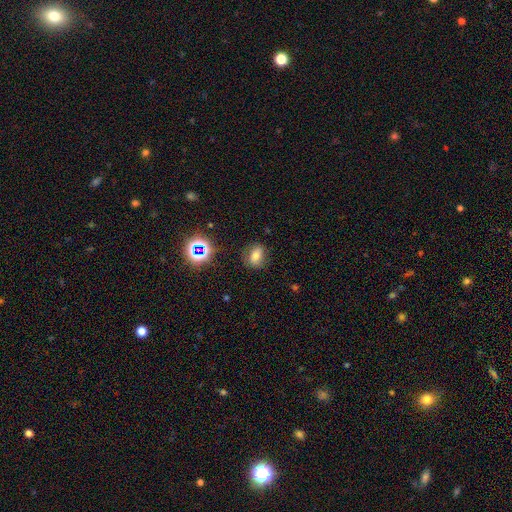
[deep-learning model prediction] Smooth or featured? smooth (63%)
How rounded? in between (63%)
Merging? none (77%)